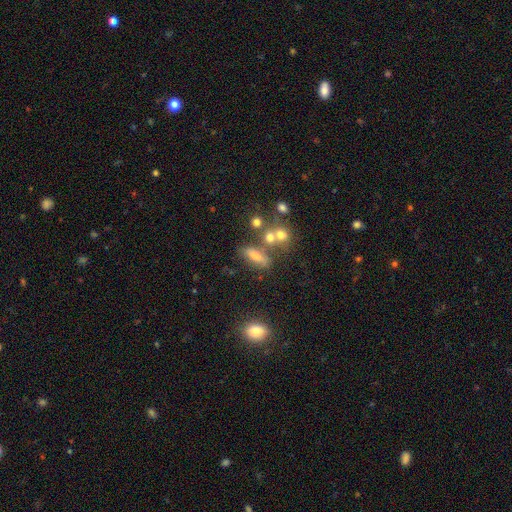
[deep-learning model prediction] A smooth galaxy with no disk features (57%) that is in between round and cigar-shaped (50%).

Vote fractions:
- Smooth or featured? smooth: 57% / featured or disk: 26% / star or artifact: 17%
- How rounded? in between: 50% / cigar-shaped: 41% / round: 9%
- Merging? none: 58% / merger: 19% / minor disturbance: 15% / major disturbance: 8%